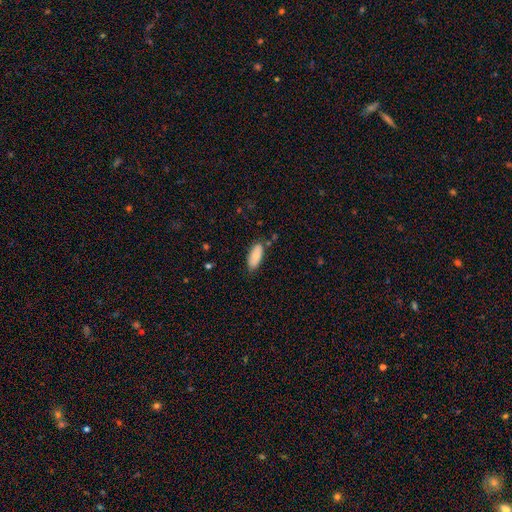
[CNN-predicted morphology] A smooth galaxy with no disk features (76%) that is in between round and cigar-shaped (89%). Merging: none (79%).